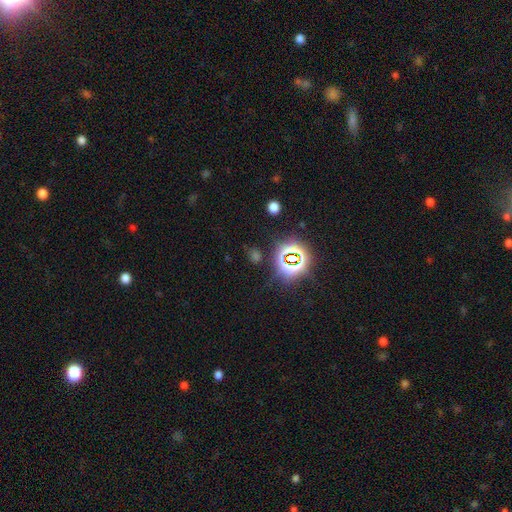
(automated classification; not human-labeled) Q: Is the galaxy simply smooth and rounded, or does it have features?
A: star or artifact — 66%.